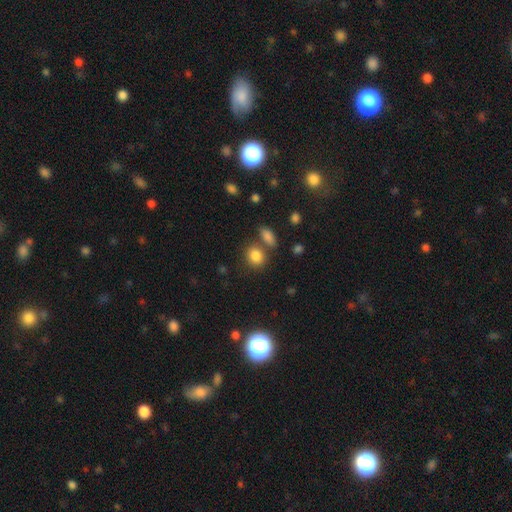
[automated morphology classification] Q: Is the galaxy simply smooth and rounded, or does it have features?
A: smooth — 84%.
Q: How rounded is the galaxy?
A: round — 61%.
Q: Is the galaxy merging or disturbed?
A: none — 65%.